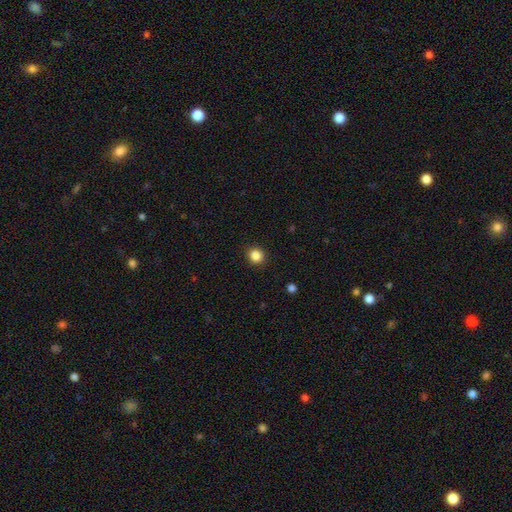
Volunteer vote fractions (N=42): This appears to be a smooth galaxy with no disk features (90%) that is round (95%). Merging: none (92%).